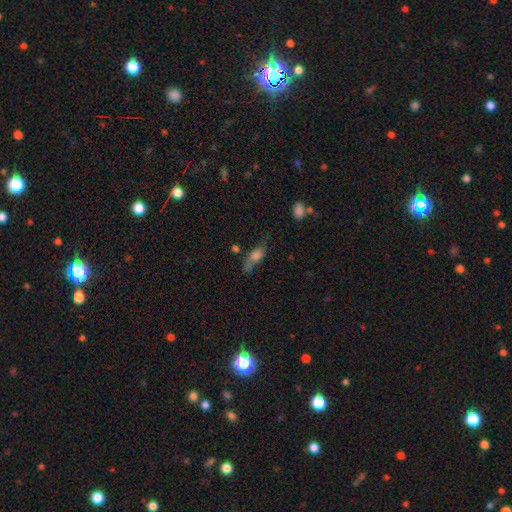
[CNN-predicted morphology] A smooth galaxy with no disk features (62%) that is in between round and cigar-shaped (61%). Merging: none (51%).